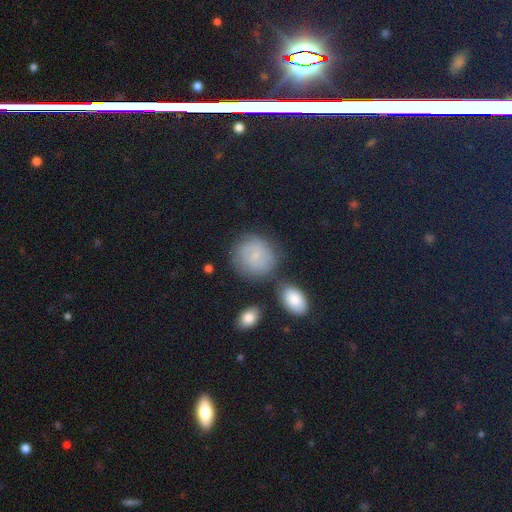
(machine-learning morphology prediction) smooth_or_featured: smooth (p=0.64) [alt: featured or disk p=0.25]
how_rounded: round (p=0.81) [alt: in between p=0.18]
merging: none (p=0.68) [alt: minor disturbance p=0.18]